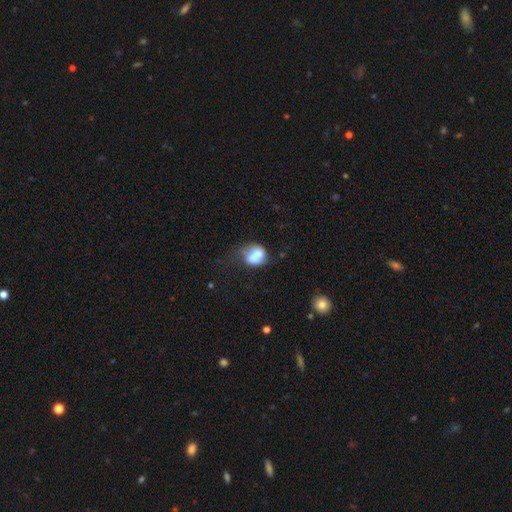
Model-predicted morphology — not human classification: Smooth or featured?
  - smooth: 71% *
  - featured or disk: 21%
  - star or artifact: 9%
How rounded?
  - in between: 55% *
  - round: 44%
  - cigar-shaped: 2%
Merging?
  - none: 35% *
  - minor disturbance: 31%
  - major disturbance: 24%
  - merger: 11%